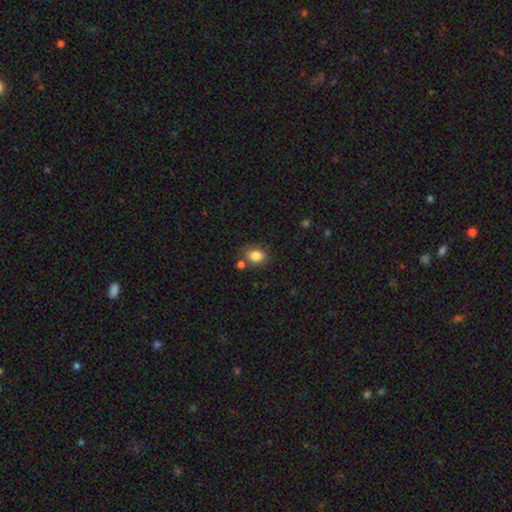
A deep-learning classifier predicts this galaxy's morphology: The model was most divided on "how rounded": in between: 58%, round: 41%, cigar-shaped: 1%. More confident: smooth or featured — smooth (84%); merging — none (71%).